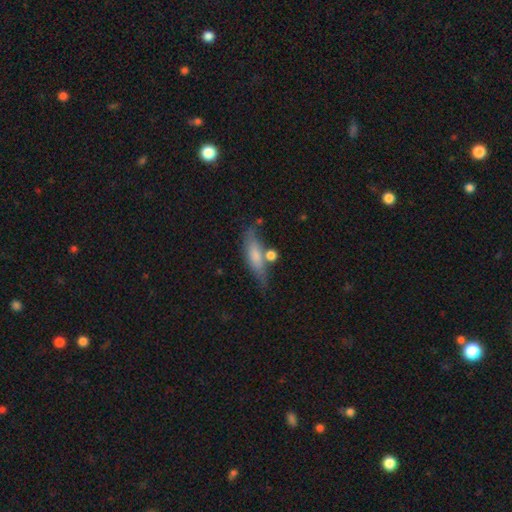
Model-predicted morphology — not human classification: Smooth or featured?
  - smooth: 62% *
  - featured or disk: 31%
  - star or artifact: 7%
How rounded?
  - cigar-shaped: 60% *
  - in between: 37%
  - round: 4%
Merging?
  - none: 58% *
  - minor disturbance: 21%
  - merger: 14%
  - major disturbance: 7%